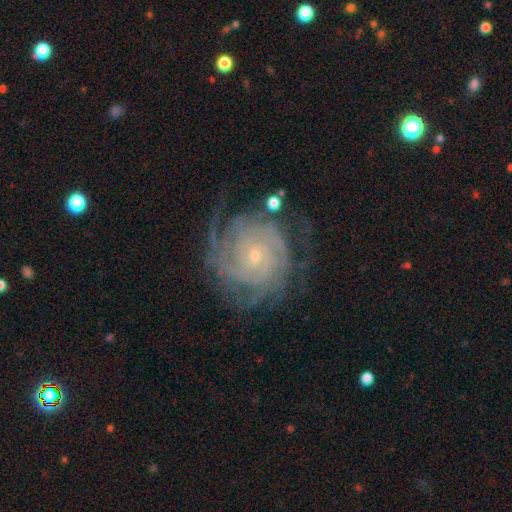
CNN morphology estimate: Smooth or featured? Predicted: featured or disk (p=0.89). Edge-on disk? Predicted: no (p=0.97). Bar? Predicted: no (p=0.64). Spiral arms? Predicted: yes (p=0.98). Spiral winding? Predicted: tight (p=0.80). Spiral arm count? Predicted: 4 (p=0.27). Bulge size? Predicted: small (p=0.78). Merging? Predicted: none (p=0.72).